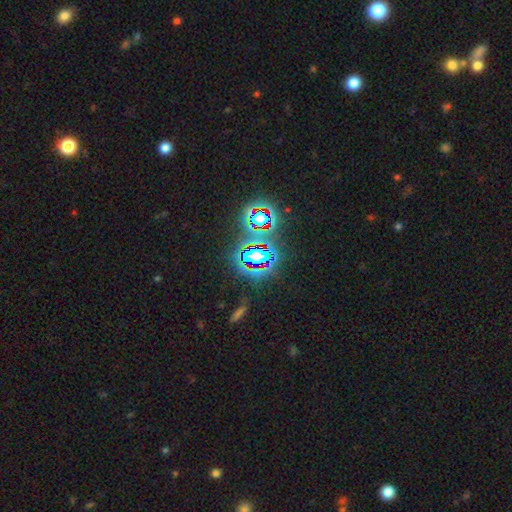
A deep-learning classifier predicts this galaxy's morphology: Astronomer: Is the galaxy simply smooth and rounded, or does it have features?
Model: star or artifact — 73%.